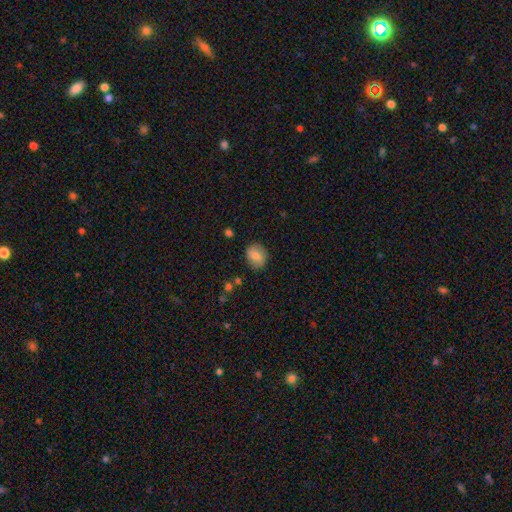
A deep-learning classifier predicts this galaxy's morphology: Smooth or featured? smooth (76%)
How rounded? round (61%)
Merging? none (80%)